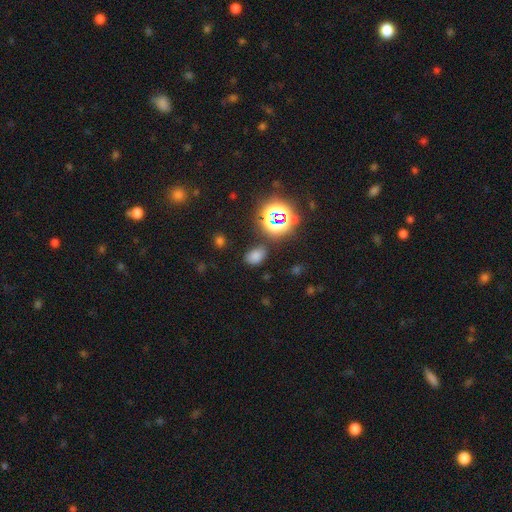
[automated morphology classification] This appears to be a smooth galaxy with no disk features (66%) that is in between round and cigar-shaped (77%). Merging: none (77%).